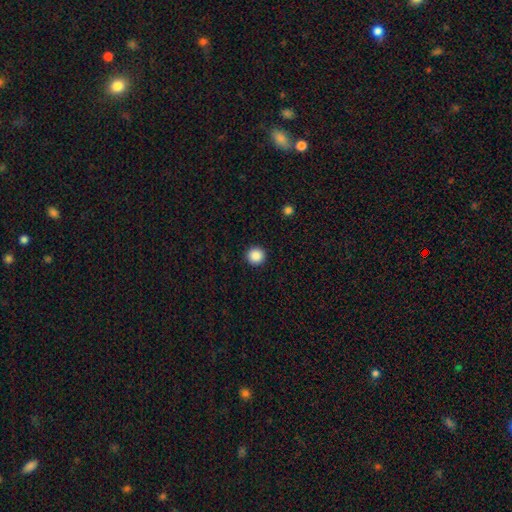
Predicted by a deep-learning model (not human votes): smooth_or_featured: smooth (p=0.88) [alt: star or artifact p=0.09]
how_rounded: round (p=0.96) [alt: in between p=0.03]
merging: none (p=0.93) [alt: minor disturbance p=0.04]